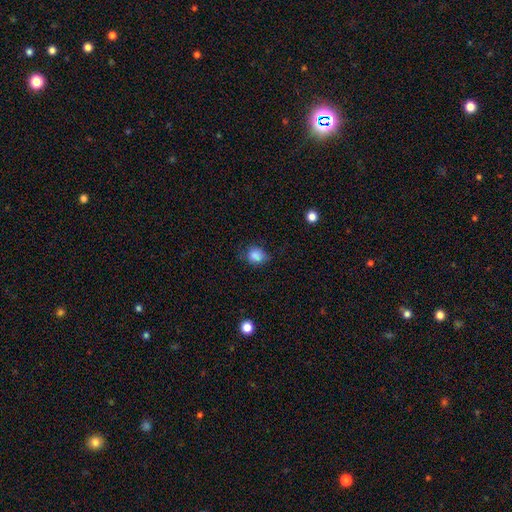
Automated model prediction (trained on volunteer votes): Q: Smooth or featured?
A: smooth (85%); runner-up: star or artifact (10%)
Q: How rounded?
A: round (65%); runner-up: in between (34%)
Q: Merging?
A: none (63%); runner-up: minor disturbance (28%)